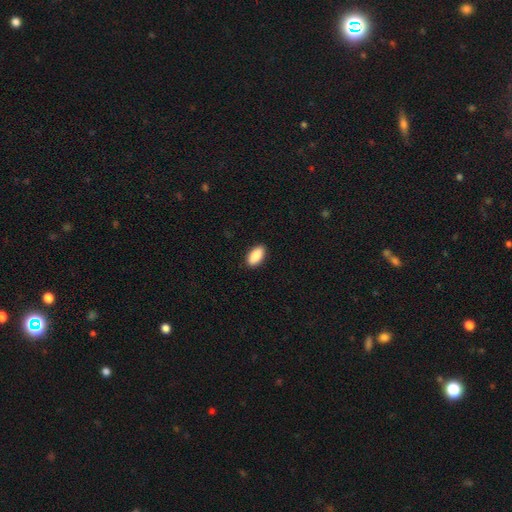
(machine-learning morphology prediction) type=smooth (90%); roundness=in between (92%); merging=none (90%).